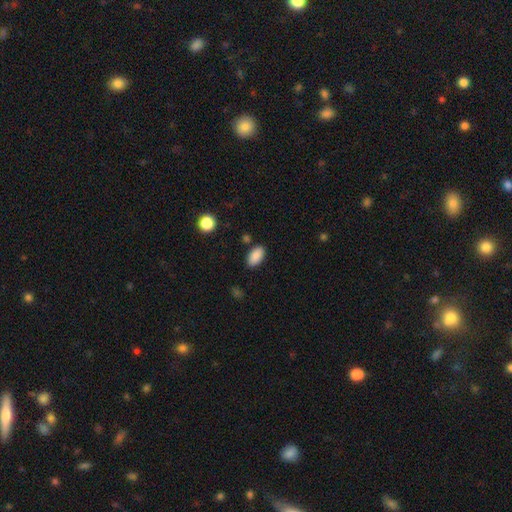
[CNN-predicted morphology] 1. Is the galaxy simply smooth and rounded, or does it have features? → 88% smooth, 8% star or artifact, 4% featured or disk.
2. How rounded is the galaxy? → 93% in between, 4% round, 3% cigar-shaped.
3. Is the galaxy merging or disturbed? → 85% none, 10% minor disturbance, 3% major disturbance, 2% merger.